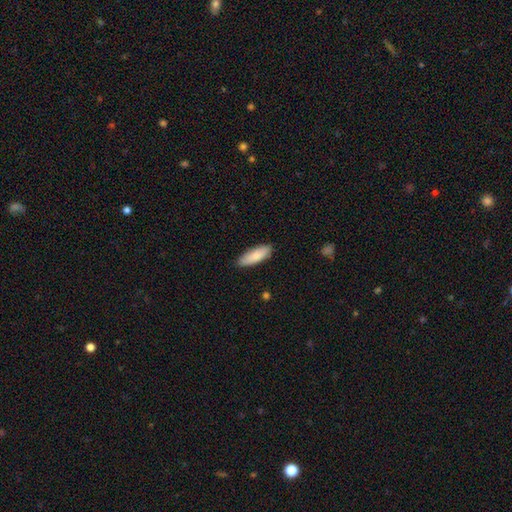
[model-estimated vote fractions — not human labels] smooth_or_featured: smooth (p=0.86) [alt: featured or disk p=0.09]
how_rounded: in between (p=0.63) [alt: cigar-shaped p=0.35]
merging: none (p=0.87) [alt: minor disturbance p=0.11]